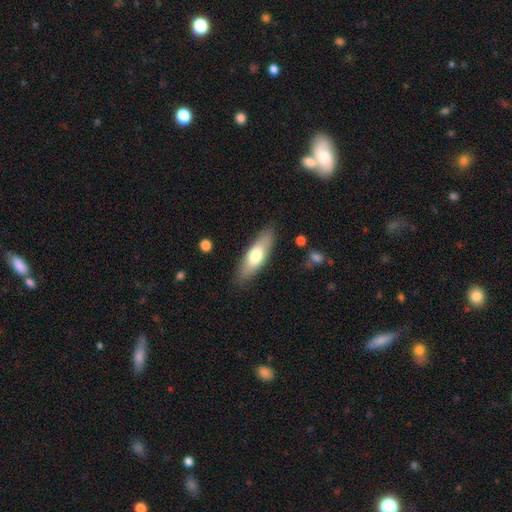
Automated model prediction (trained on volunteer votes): A smooth galaxy with no disk features (65%) that is in between round and cigar-shaped (53%).

Vote fractions:
- Smooth or featured? smooth: 65% / featured or disk: 29% / star or artifact: 6%
- How rounded? in between: 53% / cigar-shaped: 45% / round: 2%
- Merging? none: 85% / minor disturbance: 11% / major disturbance: 3% / merger: 1%